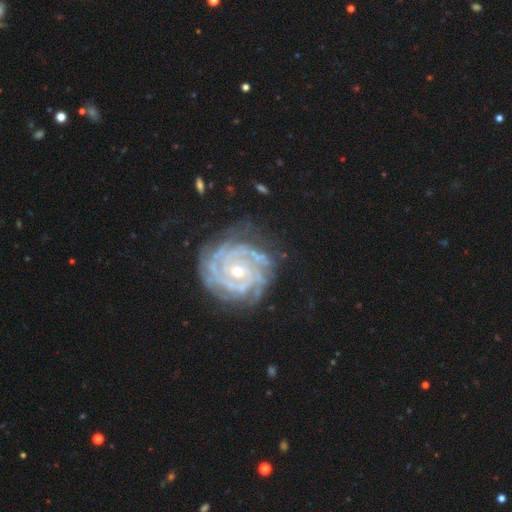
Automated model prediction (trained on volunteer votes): Overall: featured or disk (90%). Edge-on disk: no (98%). Bar: no (74%). Spiral arms: yes (98%). Spiral arm count: can't tell (24%; 4 23%). Spiral winding: tight (81%). Bulge size: small (59%; moderate 38%). Merging: none (73%).